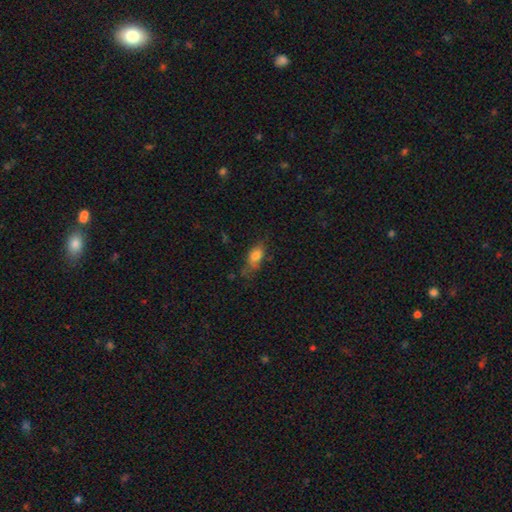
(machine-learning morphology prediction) Smooth or featured? Predicted: smooth (p=0.75). How rounded? Predicted: in between (p=0.79). Merging? Predicted: none (p=0.51).